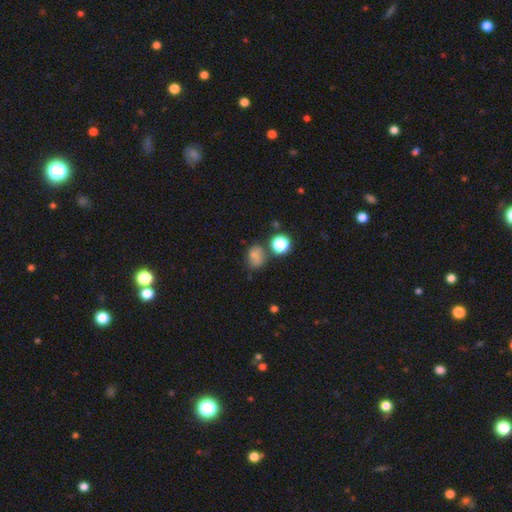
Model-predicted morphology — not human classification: type=smooth (67%); roundness=round (50%); merging=none (55%).